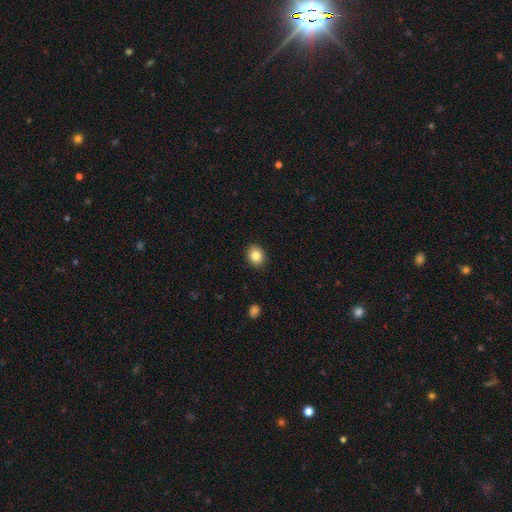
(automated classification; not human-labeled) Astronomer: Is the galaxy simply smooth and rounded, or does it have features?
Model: smooth — 84%.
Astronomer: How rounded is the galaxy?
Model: round — 56% (runner-up: in between, 43%).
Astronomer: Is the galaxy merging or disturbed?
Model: none — 90%.